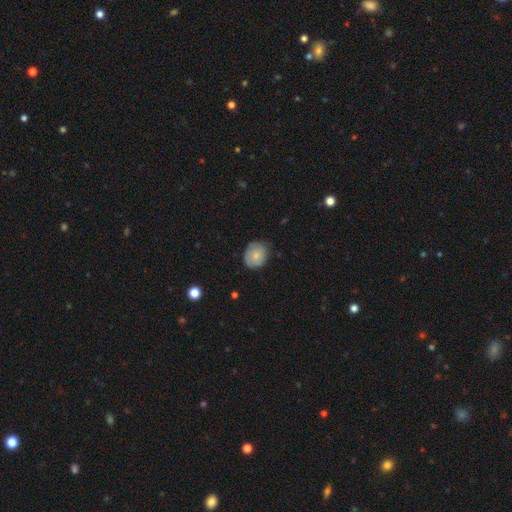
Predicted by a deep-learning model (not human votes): Smooth or featured?
  - smooth: 70% *
  - featured or disk: 23%
  - star or artifact: 7%
How rounded?
  - round: 64% *
  - in between: 35%
  - cigar-shaped: 1%
Merging?
  - none: 71% *
  - minor disturbance: 24%
  - major disturbance: 5%
  - merger: 1%